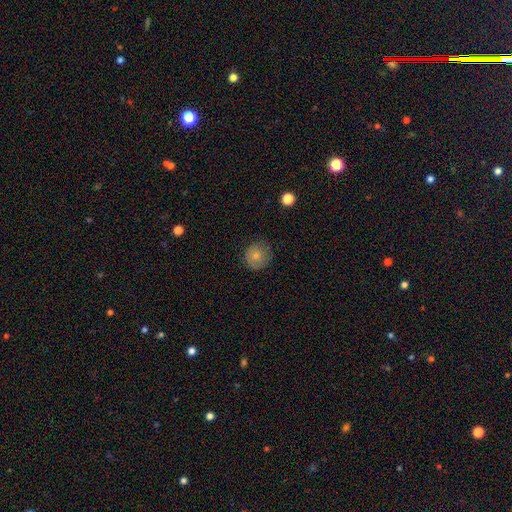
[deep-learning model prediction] Overall: smooth (78%). How rounded: round (90%). Merging: none (77%).